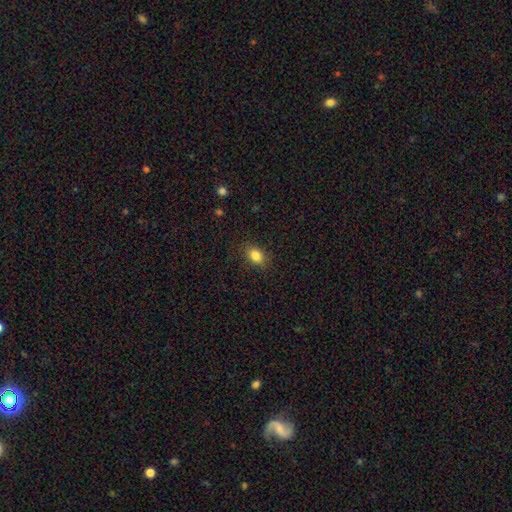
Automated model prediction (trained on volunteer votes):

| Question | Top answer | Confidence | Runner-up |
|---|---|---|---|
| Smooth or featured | smooth | 84% | star or artifact (10%) |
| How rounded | in between | 63% | round (35%) |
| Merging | none | 85% | minor disturbance (11%) |